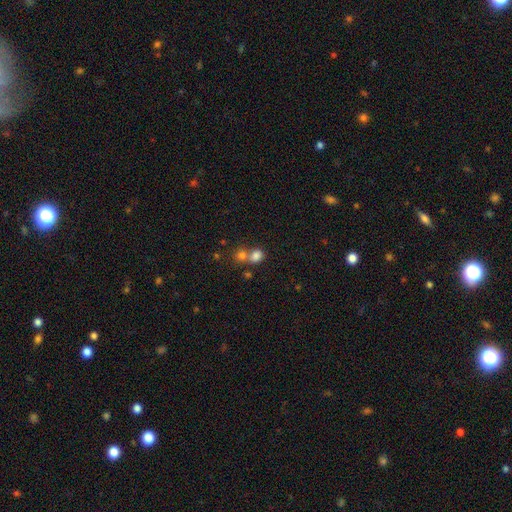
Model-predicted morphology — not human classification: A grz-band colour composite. It shows a smooth galaxy with no disk features (79%) that is round (57%). Merging: merger (51%).